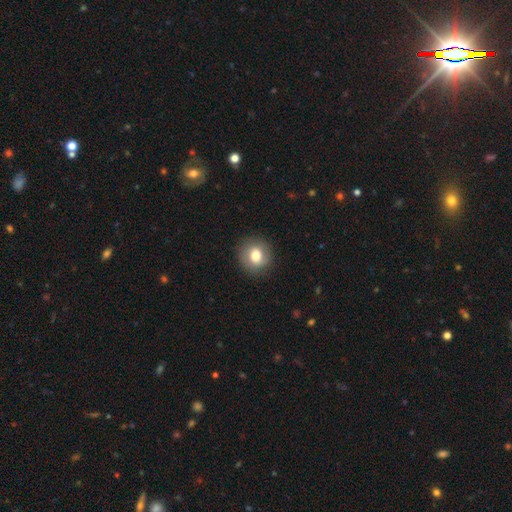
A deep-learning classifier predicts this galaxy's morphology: Overall: smooth (74%). How rounded: round (86%). Merging: none (87%).